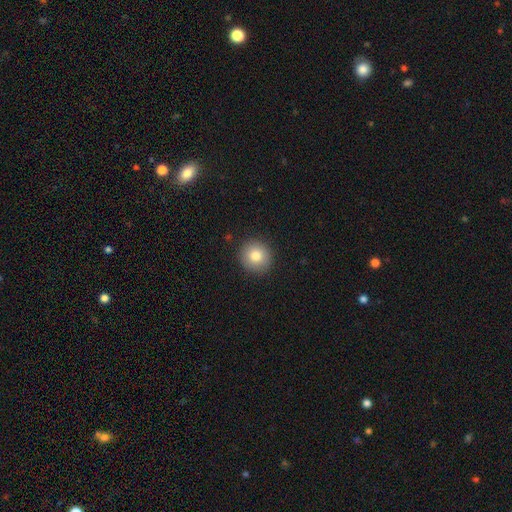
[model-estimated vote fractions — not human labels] Q: Smooth or featured?
A: smooth (80%); runner-up: star or artifact (10%)
Q: How rounded?
A: round (92%); runner-up: in between (7%)
Q: Merging?
A: none (91%); runner-up: minor disturbance (6%)